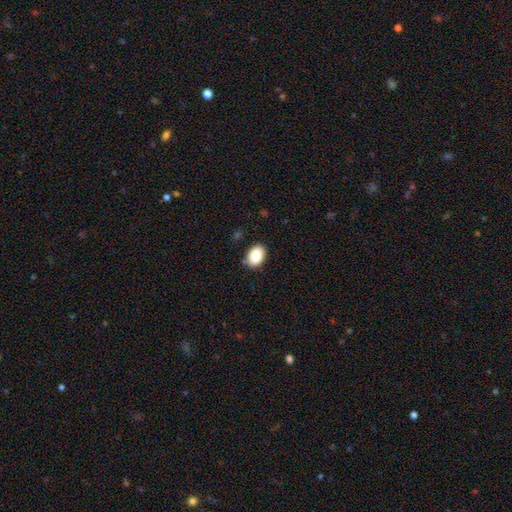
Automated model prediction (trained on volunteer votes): Smooth or featured? smooth (87%)
How rounded? in between (83%)
Merging? none (83%)